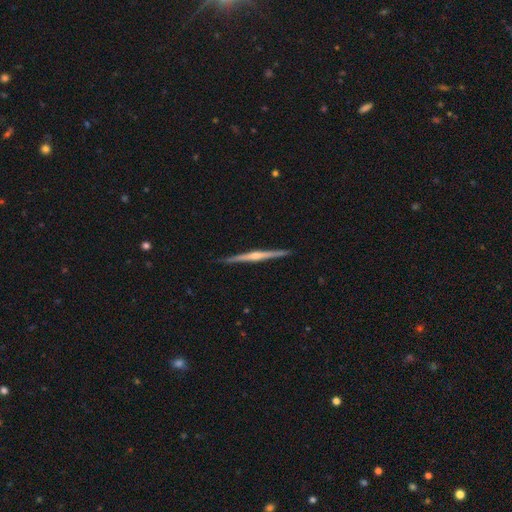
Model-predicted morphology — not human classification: type=featured or disk (81%); edge-on=yes (99%); edge-on bulge=rounded (79%); merging=none (91%).